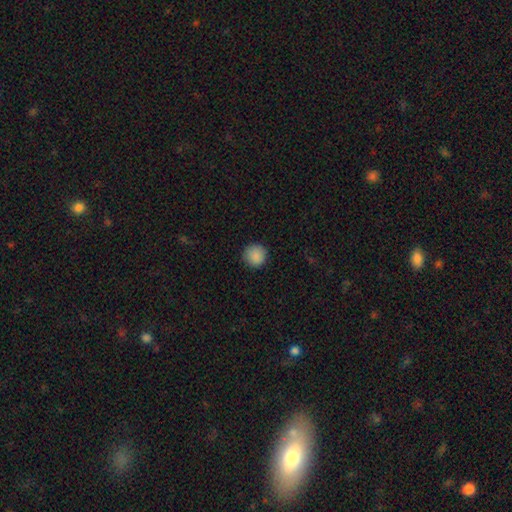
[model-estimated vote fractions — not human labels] Q: Smooth or featured?
A: smooth (89%); runner-up: star or artifact (9%)
Q: How rounded?
A: round (94%); runner-up: in between (5%)
Q: Merging?
A: none (89%); runner-up: minor disturbance (8%)